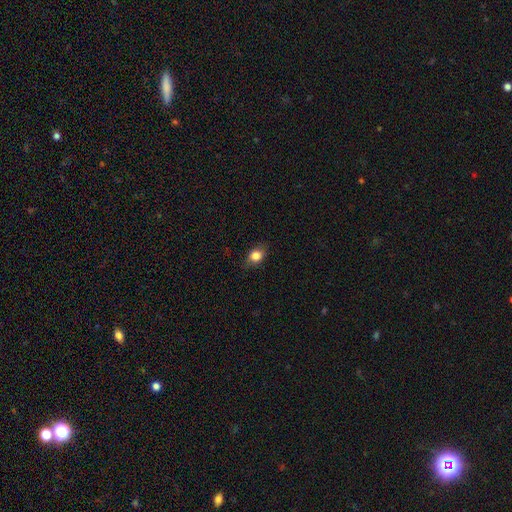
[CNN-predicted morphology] A smooth galaxy with no disk features (81%) that is in between round and cigar-shaped (62%).

Vote fractions:
- Smooth or featured? smooth: 81% / star or artifact: 10% / featured or disk: 9%
- How rounded? in between: 62% / round: 36% / cigar-shaped: 2%
- Merging? none: 78% / minor disturbance: 17% / major disturbance: 4% / merger: 1%